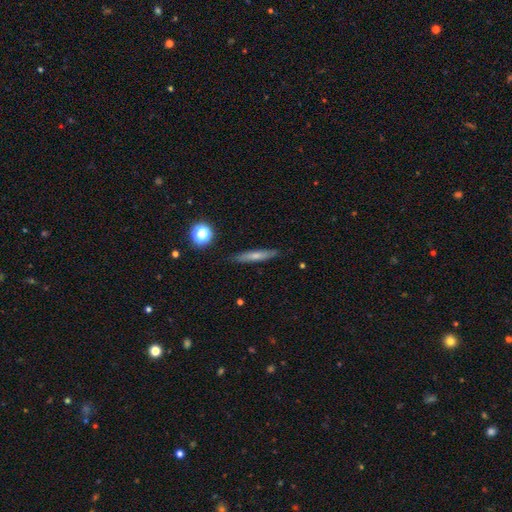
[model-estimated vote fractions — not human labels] Smooth or featured: smooth — 60% (featured or disk — 32%)
How rounded: cigar-shaped — 90% (in between — 8%)
Merging: none — 86% (minor disturbance — 10%)